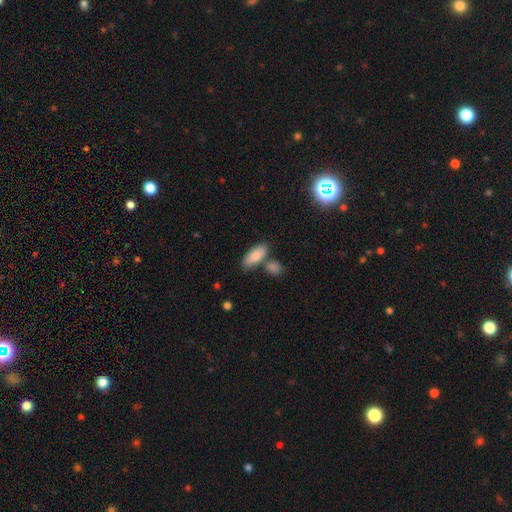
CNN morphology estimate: Smooth or featured? Predicted: smooth (p=0.81). How rounded? Predicted: in between (p=0.85). Merging? Predicted: none (p=0.65).